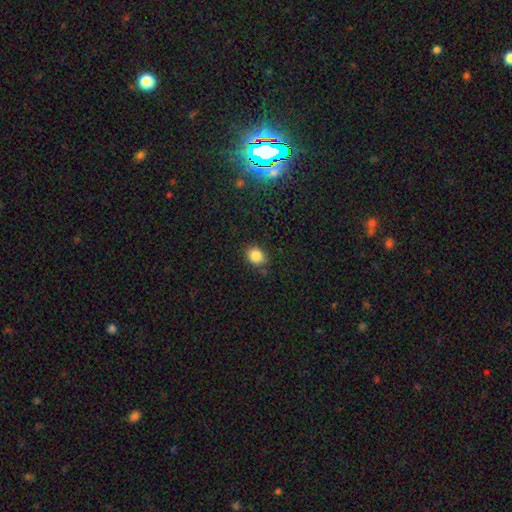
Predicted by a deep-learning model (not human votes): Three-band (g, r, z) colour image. It shows a smooth galaxy with no disk features (85%) that is round (56%). Merging: none (80%).